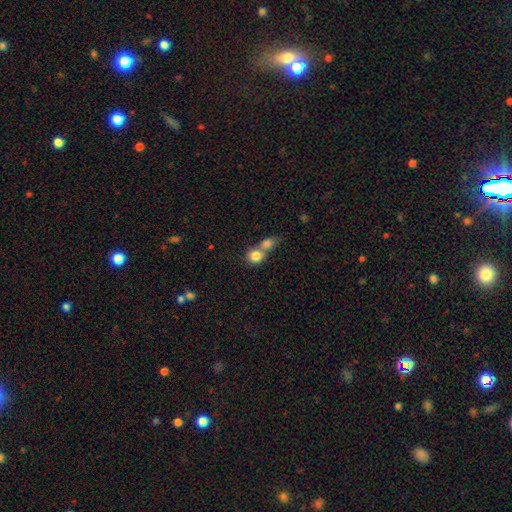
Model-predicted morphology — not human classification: Smooth or featured? Predicted: smooth (p=0.81). How rounded? Predicted: round (p=0.79). Merging? Predicted: merger (p=0.64).